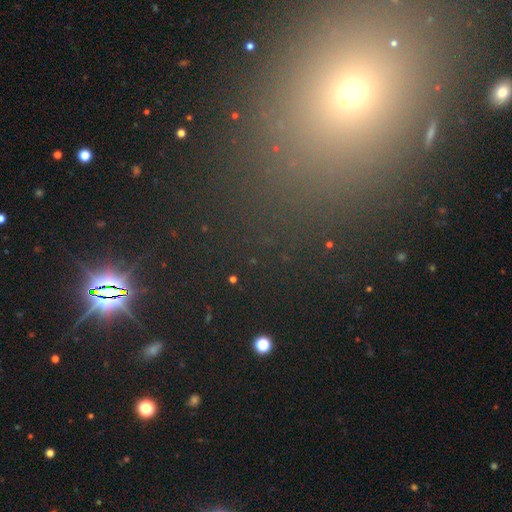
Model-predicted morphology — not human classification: star or artifact 52%, smooth 38%, featured or disk 10%.